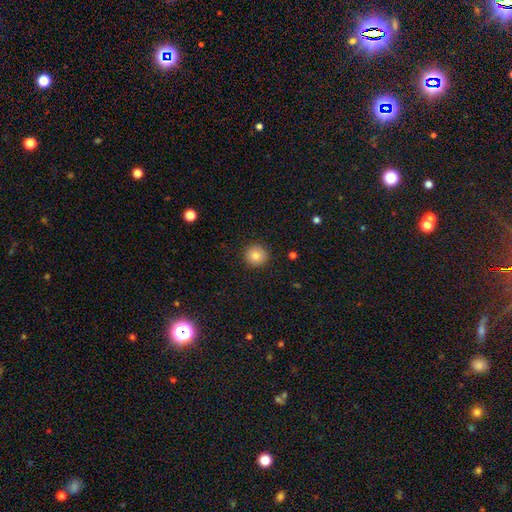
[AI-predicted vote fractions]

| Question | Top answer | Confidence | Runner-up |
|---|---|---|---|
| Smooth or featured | smooth | 82% | star or artifact (10%) |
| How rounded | round | 95% | in between (5%) |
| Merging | none | 91% | minor disturbance (6%) |